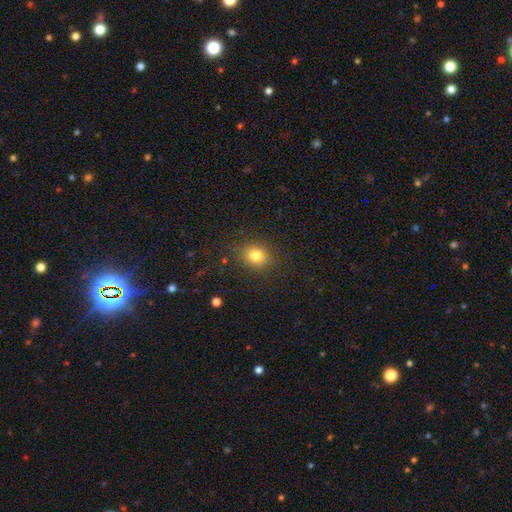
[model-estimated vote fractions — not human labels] smooth_or_featured: smooth (p=0.80) [alt: star or artifact p=0.13]
how_rounded: round (p=0.74) [alt: in between p=0.25]
merging: none (p=0.86) [alt: minor disturbance p=0.09]